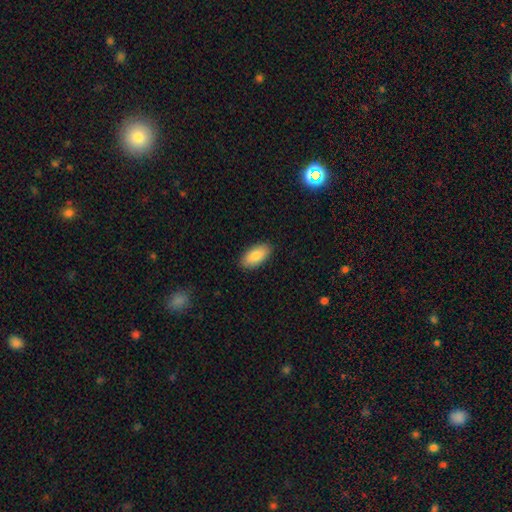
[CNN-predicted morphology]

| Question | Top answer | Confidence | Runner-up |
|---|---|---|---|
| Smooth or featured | smooth | 86% | featured or disk (8%) |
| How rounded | in between | 93% | cigar-shaped (5%) |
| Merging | none | 89% | minor disturbance (9%) |